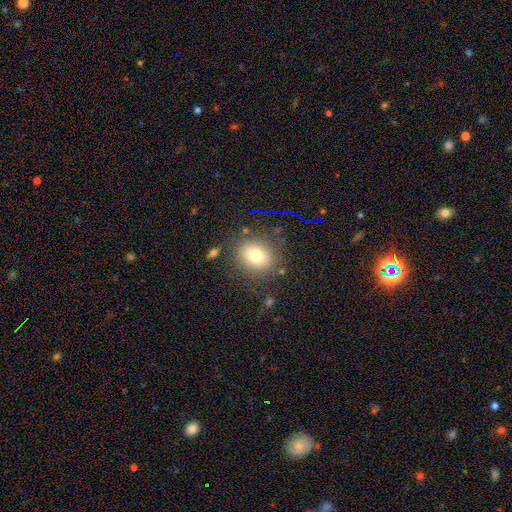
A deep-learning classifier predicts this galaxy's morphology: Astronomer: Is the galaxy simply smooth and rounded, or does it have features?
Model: smooth — 75%.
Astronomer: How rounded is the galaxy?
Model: round — 68%.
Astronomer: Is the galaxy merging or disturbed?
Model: none — 82%.